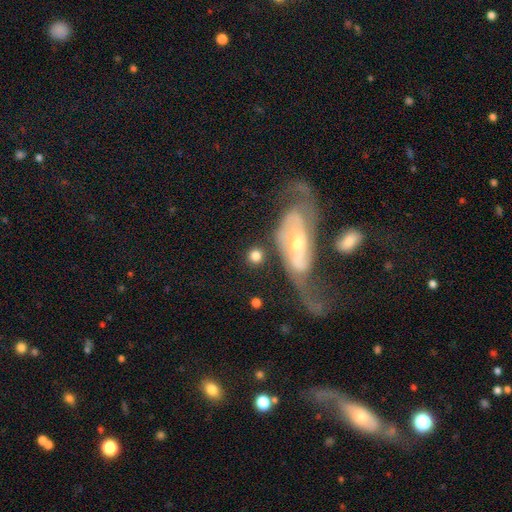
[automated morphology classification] A smooth galaxy with no disk features (76%) that is round (83%).

Vote fractions:
- Smooth or featured? smooth: 76% / featured or disk: 17% / star or artifact: 7%
- How rounded? round: 83% / in between: 14% / cigar-shaped: 3%
- Merging? none: 69% / merger: 13% / minor disturbance: 11% / major disturbance: 7%